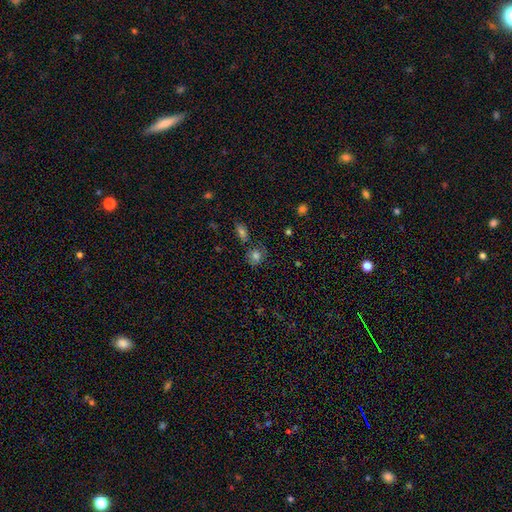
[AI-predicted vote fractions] This is likely a smooth galaxy (75%). How rounded: likely round (70%). Merging: likely none (63%).